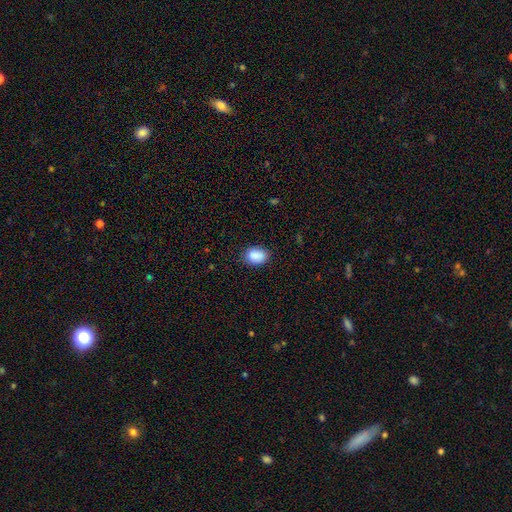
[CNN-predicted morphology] A smooth galaxy with no disk features (89%) that is in between round and cigar-shaped (72%). Merging: none (83%).